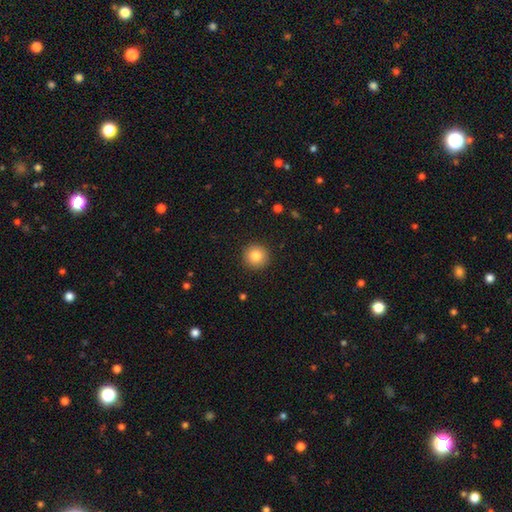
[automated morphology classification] This is clearly a smooth galaxy (84%). How rounded: clearly round (95%). Merging: clearly none (92%).